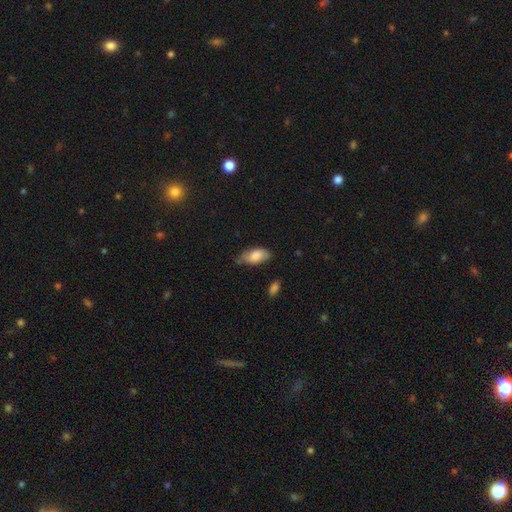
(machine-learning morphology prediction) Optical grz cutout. It shows a smooth galaxy with no disk features (83%) that is in between round and cigar-shaped (91%). Merging: none (57%).